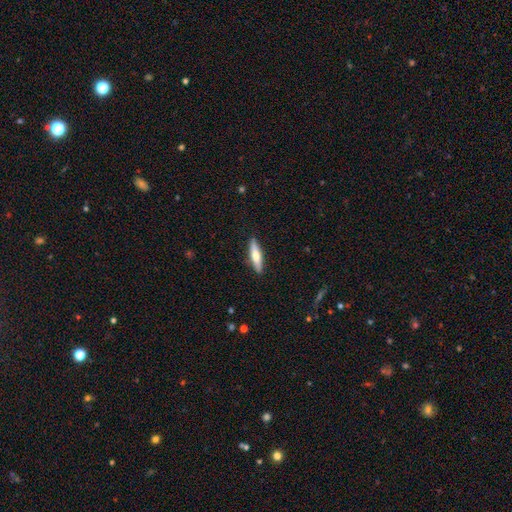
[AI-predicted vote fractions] Smooth or featured? Predicted: smooth (p=0.60). How rounded? Predicted: cigar-shaped (p=0.76). Merging? Predicted: none (p=0.89).